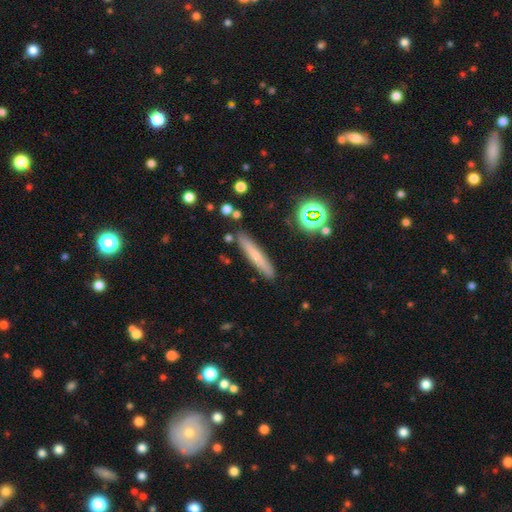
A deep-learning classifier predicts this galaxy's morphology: A smooth galaxy with no disk features (59%) that is cigar-shaped (92%). Merging: none (87%).